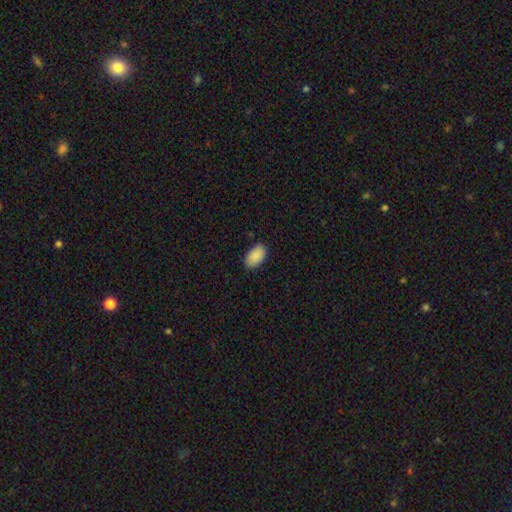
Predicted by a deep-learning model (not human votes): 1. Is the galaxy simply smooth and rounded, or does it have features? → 91% smooth, 6% star or artifact, 3% featured or disk.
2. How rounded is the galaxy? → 94% in between, 4% round, 2% cigar-shaped.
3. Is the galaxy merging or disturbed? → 87% none, 10% minor disturbance, 2% major disturbance, 1% merger.